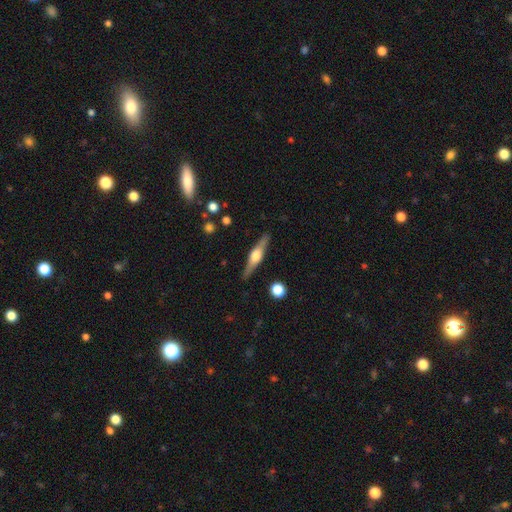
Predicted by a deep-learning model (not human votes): A featured or disk galaxy (71%) viewed edge-on (97%) with a rounded central bulge (92%). Merging: none (89%).